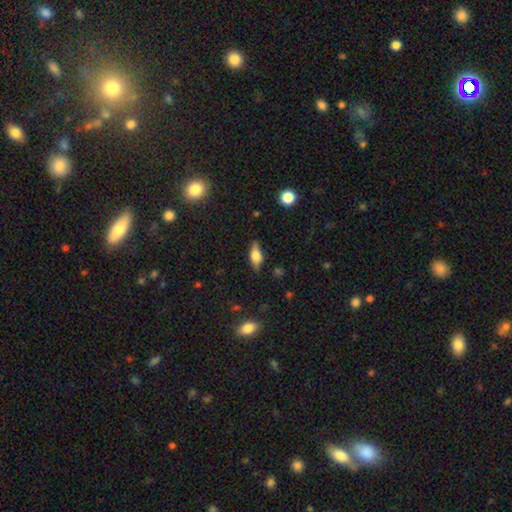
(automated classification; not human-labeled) Smooth or featured?
  - smooth: 47% *
  - featured or disk: 44%
  - star or artifact: 9%
Merging?
  - none: 80% *
  - minor disturbance: 15%
  - major disturbance: 4%
  - merger: 1%